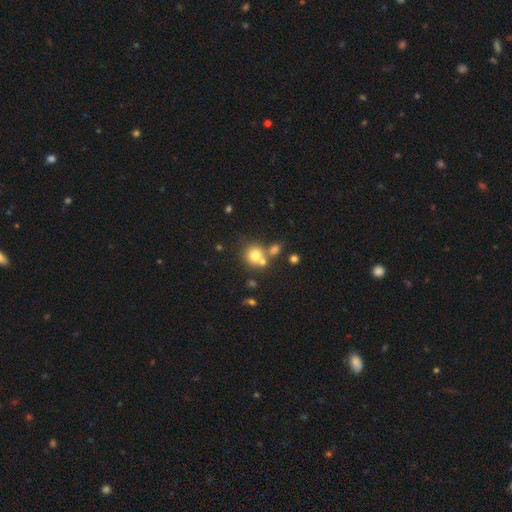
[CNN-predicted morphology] smooth_or_featured: smooth (p=0.73) [alt: featured or disk p=0.14]
how_rounded: round (p=0.86) [alt: in between p=0.13]
merging: none (p=0.52) [alt: merger p=0.34]